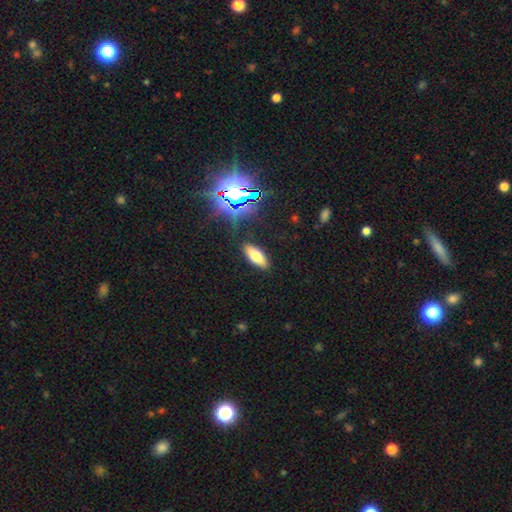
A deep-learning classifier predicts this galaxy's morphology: smooth_or_featured: smooth (p=0.65) [alt: featured or disk p=0.20]
how_rounded: in between (p=0.75) [alt: cigar-shaped p=0.21]
merging: none (p=0.88) [alt: minor disturbance p=0.08]